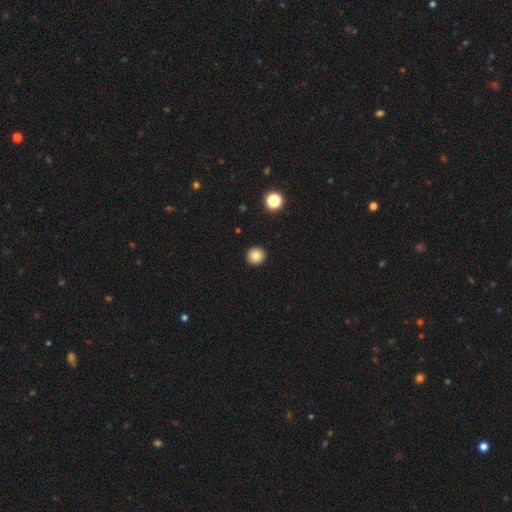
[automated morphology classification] A smooth galaxy with no disk features (85%) that is round (91%).

Vote fractions:
- Smooth or featured? smooth: 85% / star or artifact: 11% / featured or disk: 5%
- How rounded? round: 91% / in between: 8% / cigar-shaped: 1%
- Merging? none: 93% / minor disturbance: 5% / major disturbance: 2% / merger: 1%